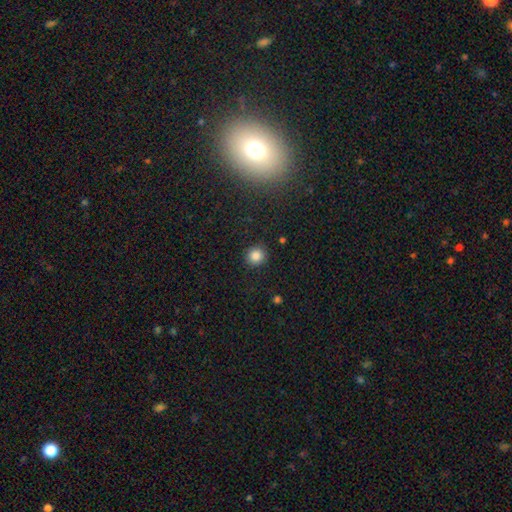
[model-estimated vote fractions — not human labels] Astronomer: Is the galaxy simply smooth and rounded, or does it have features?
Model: smooth — 84%.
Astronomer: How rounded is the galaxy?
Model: round — 91%.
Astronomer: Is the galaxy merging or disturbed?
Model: none — 90%.